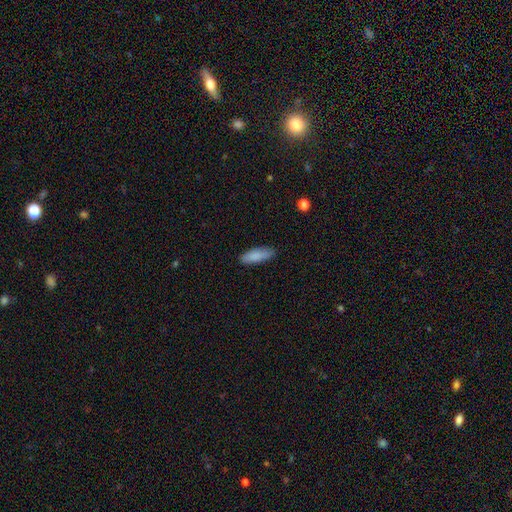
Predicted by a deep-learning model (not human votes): A smooth galaxy with no disk features (87%) that is in between round and cigar-shaped (63%).

Vote fractions:
- Smooth or featured? smooth: 87% / featured or disk: 7% / star or artifact: 6%
- How rounded? in between: 63% / cigar-shaped: 35% / round: 2%
- Merging? none: 86% / minor disturbance: 11% / major disturbance: 2% / merger: 1%